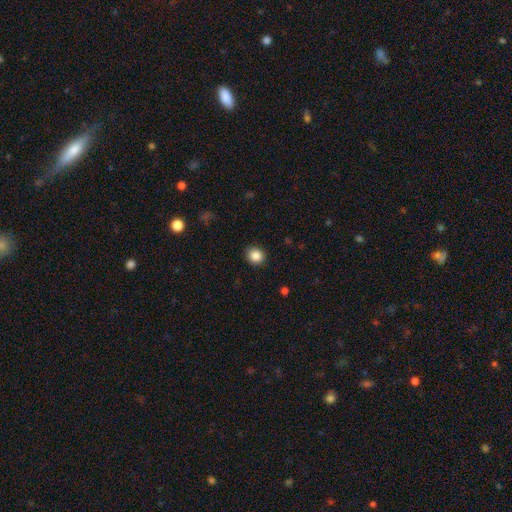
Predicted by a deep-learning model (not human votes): smooth_or_featured: smooth (p=0.85) [alt: star or artifact p=0.10]
how_rounded: round (p=0.82) [alt: in between p=0.17]
merging: none (p=0.90) [alt: minor disturbance p=0.07]